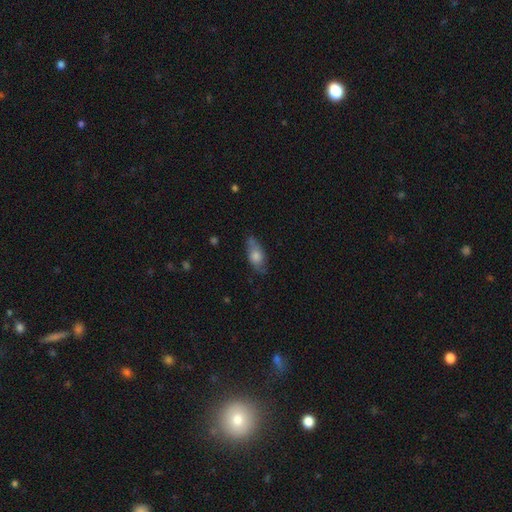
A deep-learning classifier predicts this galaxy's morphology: A smooth galaxy with no disk features (60%) that is in between round and cigar-shaped (78%). Merging: none (68%).